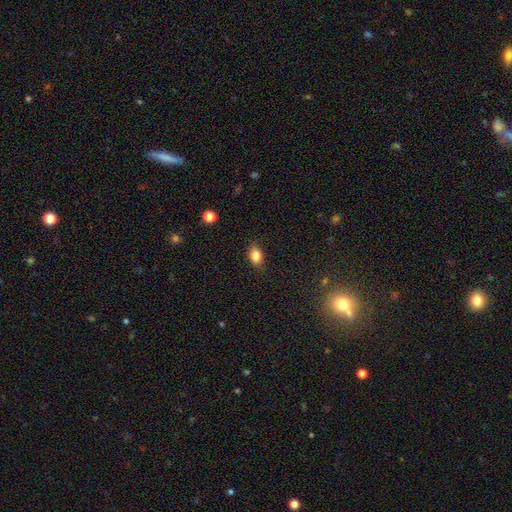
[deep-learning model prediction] Smooth or featured: smooth — 84% (star or artifact — 10%)
How rounded: in between — 76% (round — 22%)
Merging: none — 85% (minor disturbance — 12%)